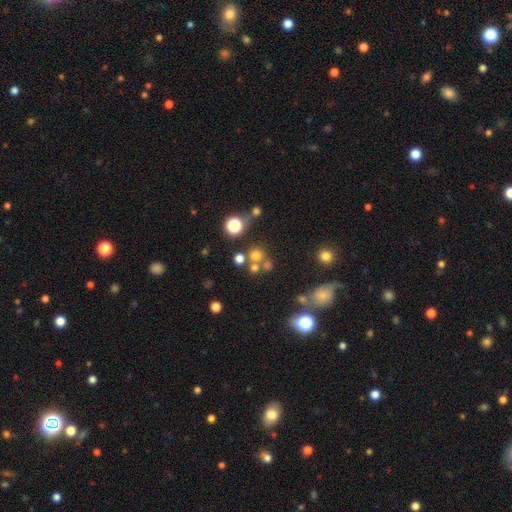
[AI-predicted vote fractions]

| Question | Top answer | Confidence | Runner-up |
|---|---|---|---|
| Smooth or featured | smooth | 62% | star or artifact (26%) |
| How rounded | round | 90% | in between (9%) |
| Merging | none | 63% | merger (23%) |